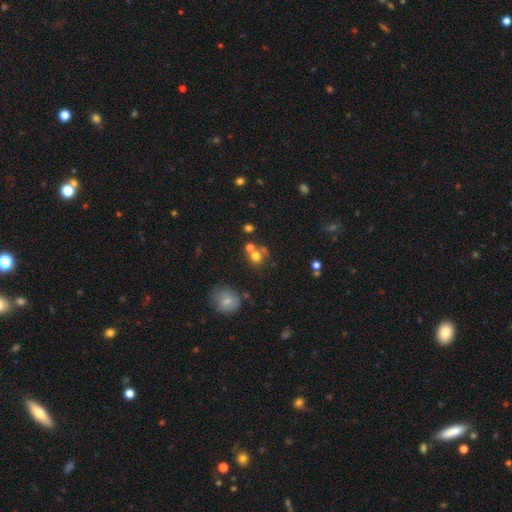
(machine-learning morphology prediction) Smooth or featured? smooth (69%)
How rounded? round (84%)
Merging? none (49%)